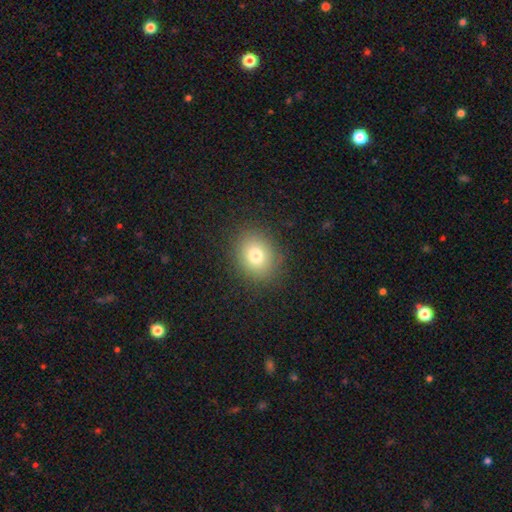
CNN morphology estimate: smooth-or-featured: smooth: 77% | star or artifact: 13% | featured or disk: 10%
  how-rounded: round: 66% | in between: 33% | cigar-shaped: 1%
  merging: none: 88% | minor disturbance: 8% | major disturbance: 3% | merger: 1%